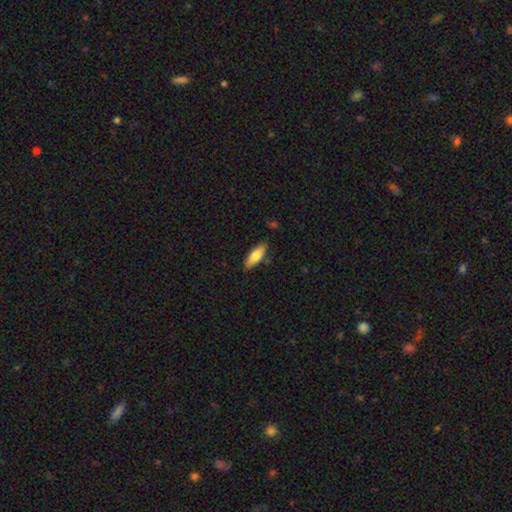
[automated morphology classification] smooth 74%, featured or disk 20%, star or artifact 6%. Down the decision tree: how rounded — in between (67%); merging — none (83%).